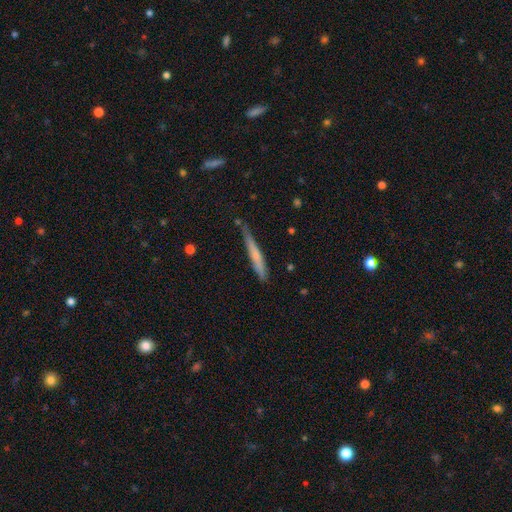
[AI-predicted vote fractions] Smooth or featured?
  - smooth: 55% *
  - featured or disk: 39%
  - star or artifact: 6%
How rounded?
  - cigar-shaped: 96% *
  - in between: 3%
  - round: 1%
Merging?
  - none: 71% *
  - minor disturbance: 22%
  - major disturbance: 4%
  - merger: 3%